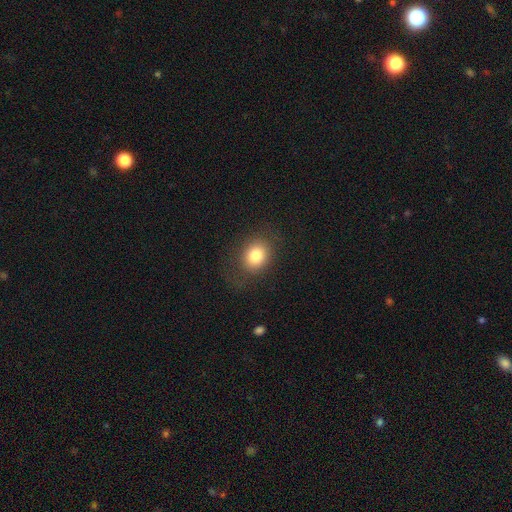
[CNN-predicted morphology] This appears to be a smooth galaxy with no disk features (81%) that is round (56%). Merging: none (80%).